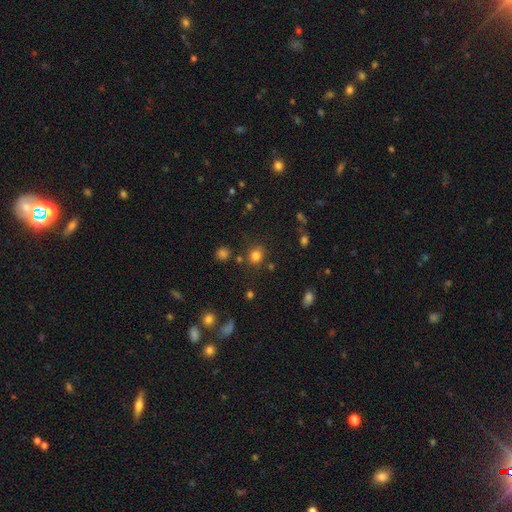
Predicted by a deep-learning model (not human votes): Morphology: type=smooth (79%); roundness=round (79%); merging=none (80%).